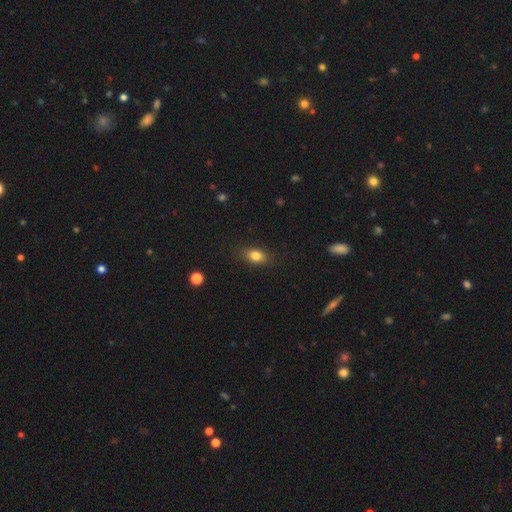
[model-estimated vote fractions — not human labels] This is clearly a smooth galaxy (82%). How rounded: likely in between (78%). Merging: clearly none (84%).